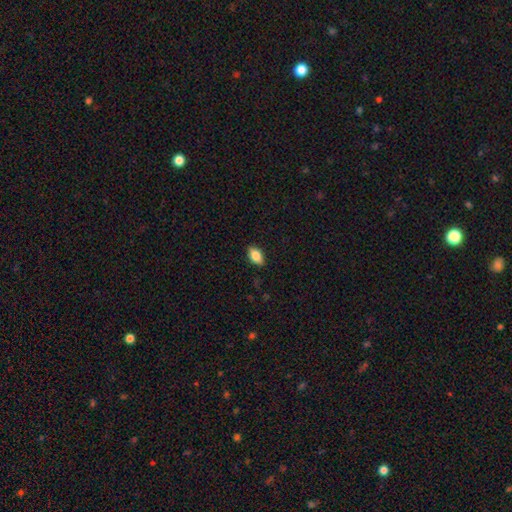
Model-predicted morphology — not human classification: This appears to be a smooth galaxy with no disk features (82%) that is in between round and cigar-shaped (88%). Merging: none (86%).